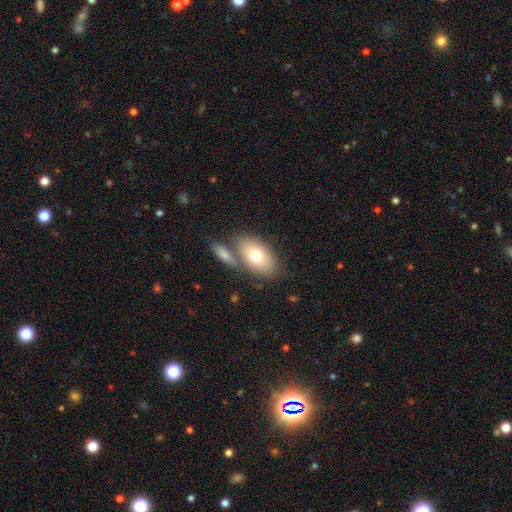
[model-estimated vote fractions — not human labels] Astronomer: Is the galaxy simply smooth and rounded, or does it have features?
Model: smooth — 73%.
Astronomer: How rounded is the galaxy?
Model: in between — 90%.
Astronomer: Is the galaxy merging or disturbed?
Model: none — 58%.